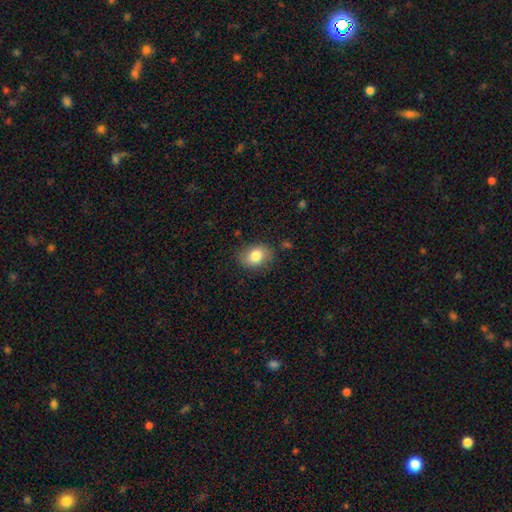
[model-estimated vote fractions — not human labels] Overall: smooth (81%). How rounded: in between (65%; round 34%). Merging: none (81%).